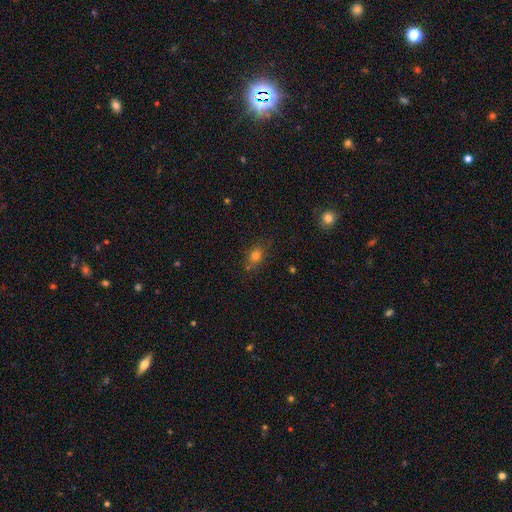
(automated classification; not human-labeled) Smooth or featured? smooth (76%)
How rounded? in between (59%)
Merging? none (76%)